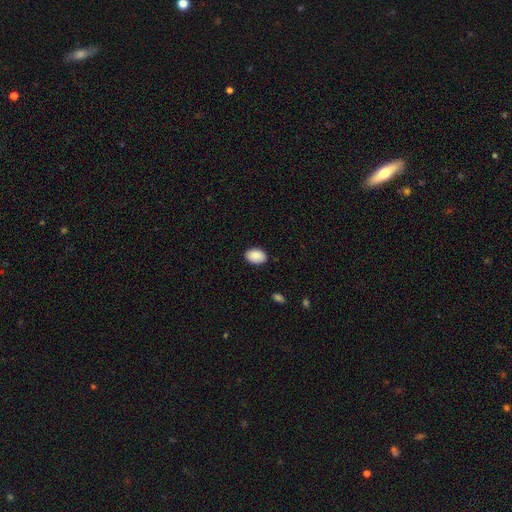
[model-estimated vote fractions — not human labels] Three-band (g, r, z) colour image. It shows a smooth galaxy with no disk features (90%) that is in between round and cigar-shaped (88%). Merging: none (88%).